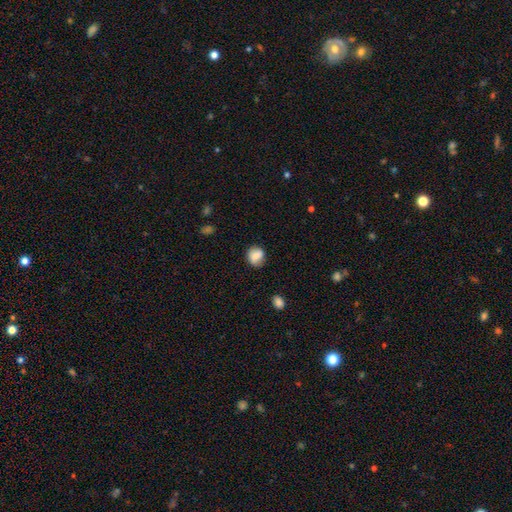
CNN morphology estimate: A smooth galaxy with no disk features (80%) that is round (72%).

Vote fractions:
- Smooth or featured? smooth: 80% / featured or disk: 12% / star or artifact: 9%
- How rounded? round: 72% / in between: 27% / cigar-shaped: 1%
- Merging? none: 70% / minor disturbance: 22% / major disturbance: 6% / merger: 2%